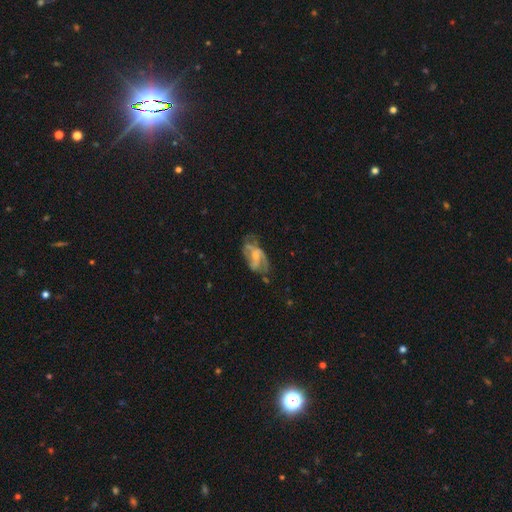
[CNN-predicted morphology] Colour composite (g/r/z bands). It shows a featured or disk galaxy (75%) with no bar (43%), 2 (61%) medium (47%) spiral arms (82%) and a small central bulge (53%). Merging: none (48%).